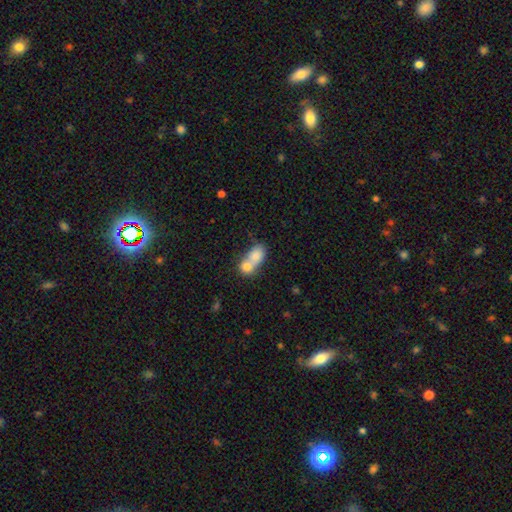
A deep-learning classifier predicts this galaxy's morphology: This is likely a smooth galaxy (75%). How rounded: likely in between (67%). Merging: likely merger (74%).